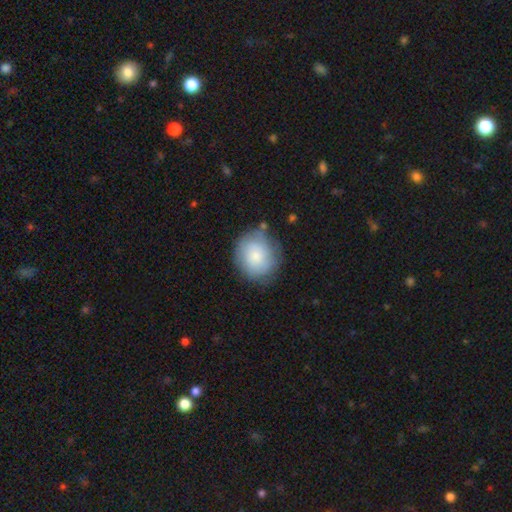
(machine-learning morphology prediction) A smooth galaxy with no disk features (72%) that is round (80%).

Vote fractions:
- Smooth or featured? smooth: 72% / featured or disk: 21% / star or artifact: 7%
- How rounded? round: 80% / in between: 20% / cigar-shaped: 1%
- Merging? none: 73% / minor disturbance: 19% / major disturbance: 6% / merger: 3%